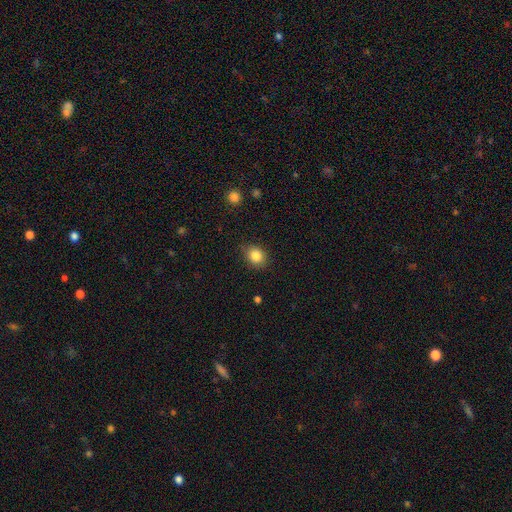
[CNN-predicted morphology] This is clearly a smooth galaxy (84%). How rounded: likely round (63%). Merging: clearly none (80%).